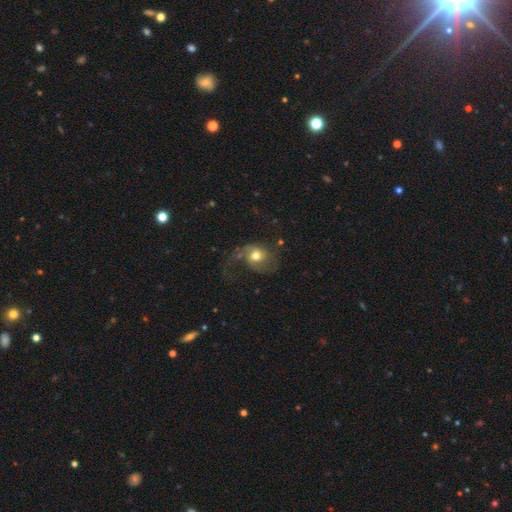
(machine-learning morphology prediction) Overall: featured or disk (53%; smooth 37%). Edge-on disk: no (97%). Bar: no (72%). Spiral arms: yes (83%). Bulge size: moderate (69%). Merging: major disturbance (39%, tied with none).